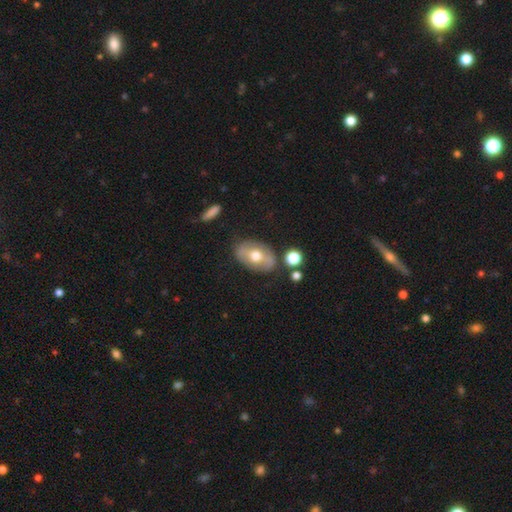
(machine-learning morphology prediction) Q: Smooth or featured?
A: smooth (48%); runner-up: featured or disk (45%)
Q: Merging?
A: none (75%); runner-up: minor disturbance (15%)